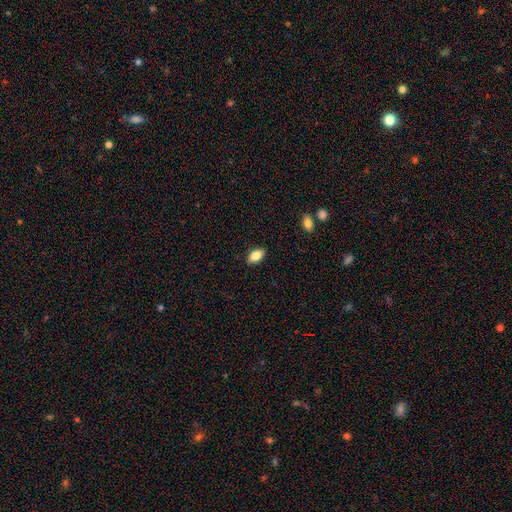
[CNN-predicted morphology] Smooth or featured?
  - smooth: 81% *
  - featured or disk: 11%
  - star or artifact: 8%
How rounded?
  - in between: 90% *
  - round: 6%
  - cigar-shaped: 4%
Merging?
  - none: 87% *
  - minor disturbance: 10%
  - major disturbance: 2%
  - merger: 1%